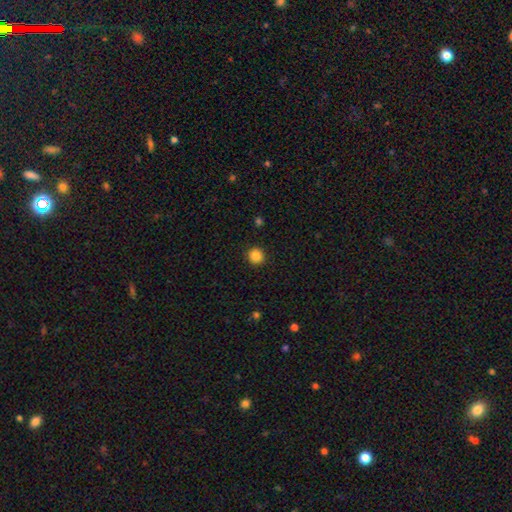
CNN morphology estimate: The model was most divided on "smooth or featured": smooth: 86%, star or artifact: 11%, featured or disk: 3%. More confident: how rounded — round (93%); merging — none (92%).